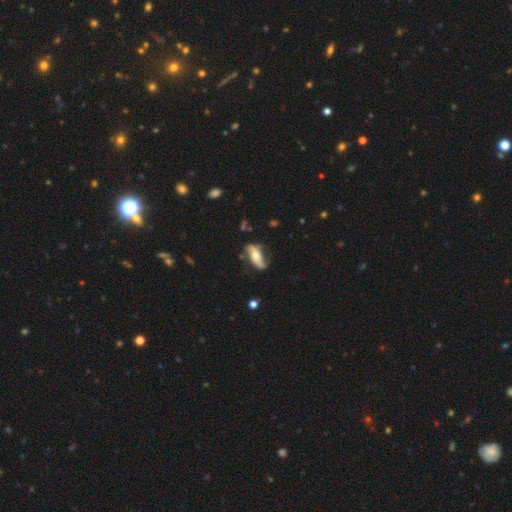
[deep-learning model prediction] Q: Smooth or featured?
A: featured or disk (49%); runner-up: smooth (45%)
Q: Merging?
A: none (59%); runner-up: minor disturbance (27%)